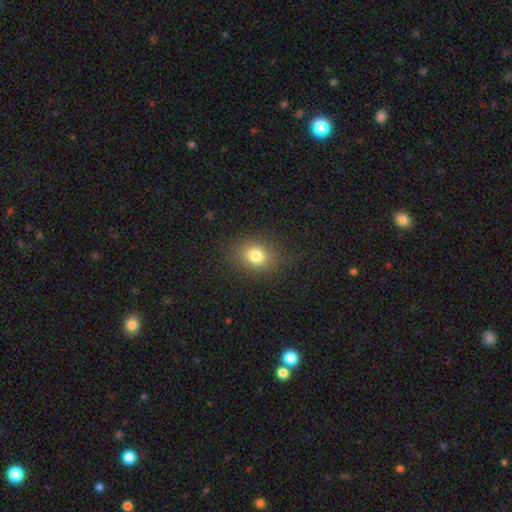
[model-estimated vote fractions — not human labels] A smooth galaxy with no disk features (80%) that is in between round and cigar-shaped (53%). Merging: none (86%).